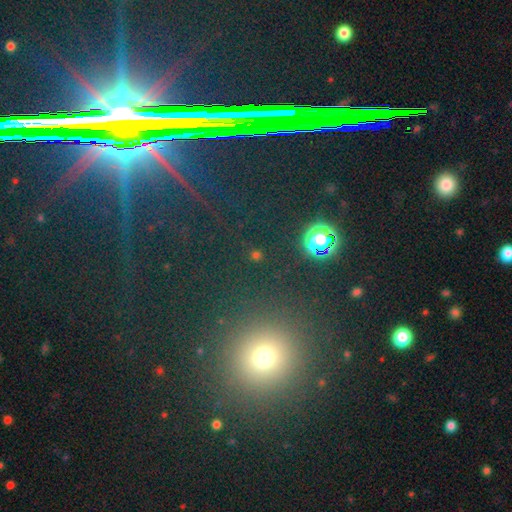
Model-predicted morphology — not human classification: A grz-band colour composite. It shows a star or artifact, not a galaxy (50%).